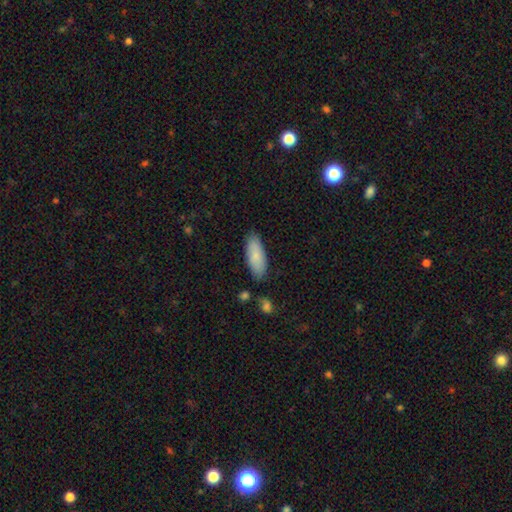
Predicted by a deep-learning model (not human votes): Smooth or featured?
  - smooth: 82% *
  - featured or disk: 12%
  - star or artifact: 6%
How rounded?
  - in between: 73% *
  - cigar-shaped: 25%
  - round: 2%
Merging?
  - none: 84% *
  - minor disturbance: 11%
  - merger: 2%
  - major disturbance: 2%